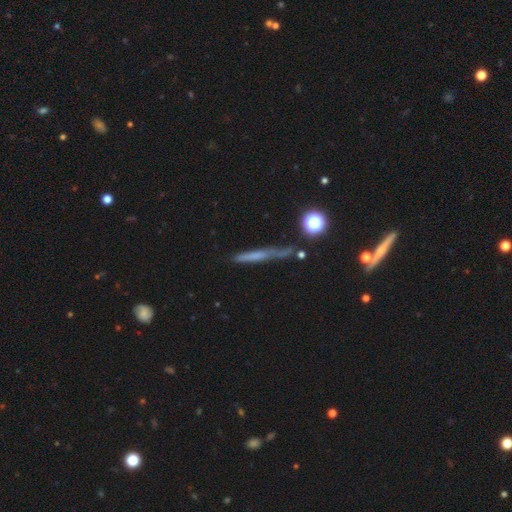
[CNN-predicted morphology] A smooth galaxy with no disk features (48%).

Vote fractions:
- Smooth or featured? smooth: 48% / featured or disk: 38% / star or artifact: 15%
- Merging? none: 65% / minor disturbance: 21% / major disturbance: 8% / merger: 5%